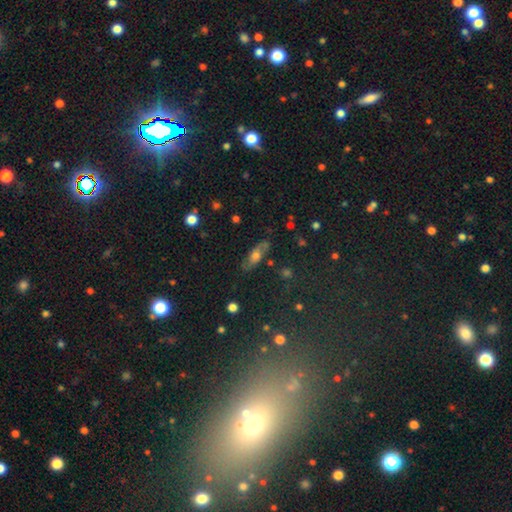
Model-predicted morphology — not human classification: A smooth galaxy with no disk features (46%). Merging: none (78%).